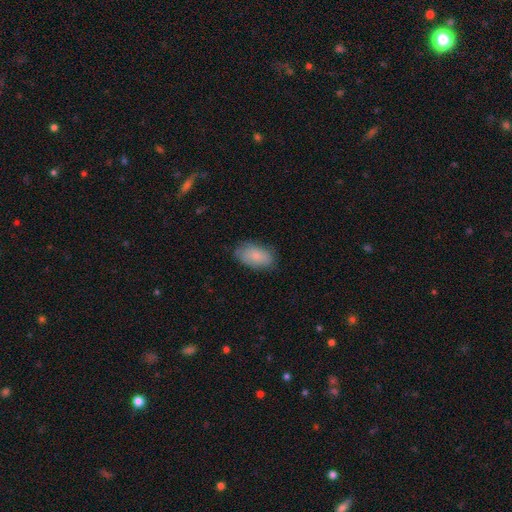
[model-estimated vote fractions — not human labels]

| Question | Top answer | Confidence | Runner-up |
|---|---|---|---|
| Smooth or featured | smooth | 76% | featured or disk (17%) |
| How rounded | in between | 93% | round (5%) |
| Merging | none | 73% | minor disturbance (21%) |